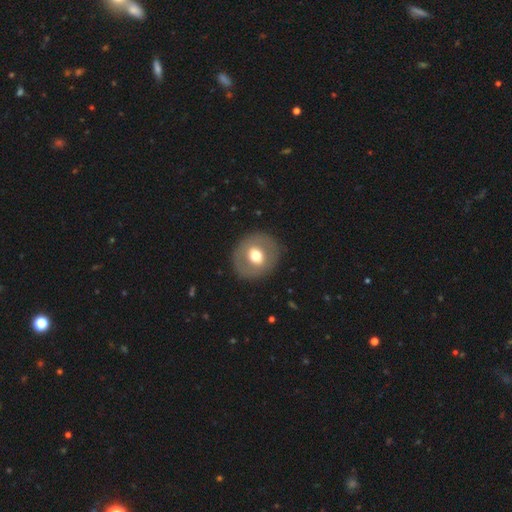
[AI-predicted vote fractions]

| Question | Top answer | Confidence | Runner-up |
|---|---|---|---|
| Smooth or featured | smooth | 55% | featured or disk (38%) |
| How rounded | round | 82% | in between (17%) |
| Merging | none | 87% | minor disturbance (8%) |